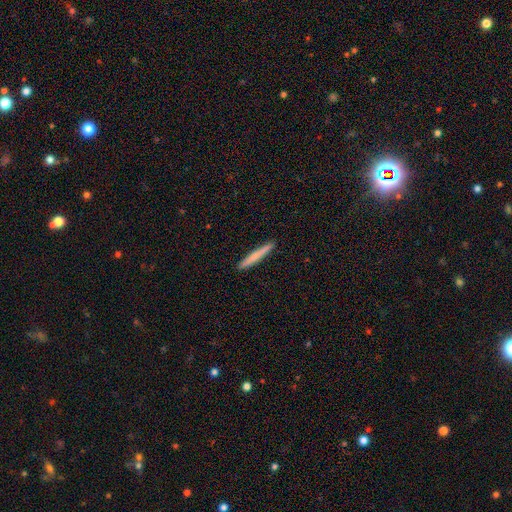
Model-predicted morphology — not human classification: Smooth or featured?
  - smooth: 71% *
  - featured or disk: 24%
  - star or artifact: 5%
How rounded?
  - cigar-shaped: 96% *
  - in between: 3%
  - round: 1%
Merging?
  - none: 93% *
  - minor disturbance: 5%
  - major disturbance: 1%
  - merger: 1%